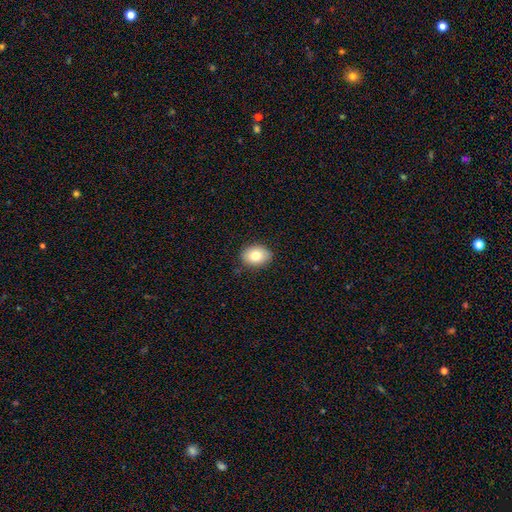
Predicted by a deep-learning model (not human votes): Smooth or featured? Predicted: smooth (p=0.79). How rounded? Predicted: in between (p=0.66). Merging? Predicted: none (p=0.87).